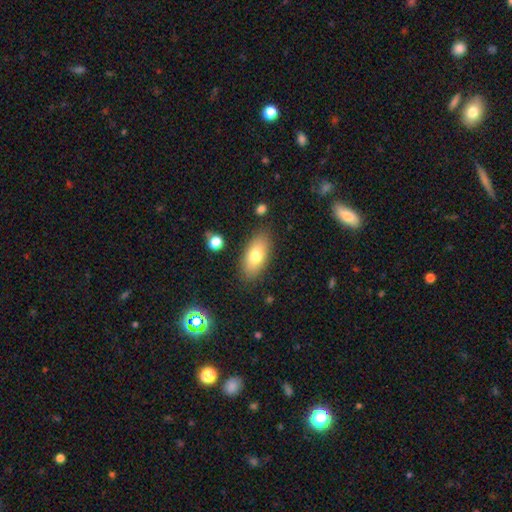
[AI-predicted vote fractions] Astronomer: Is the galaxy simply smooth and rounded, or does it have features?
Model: smooth — 75%.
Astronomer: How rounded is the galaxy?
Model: in between — 90%.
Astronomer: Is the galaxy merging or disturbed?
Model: none — 84%.